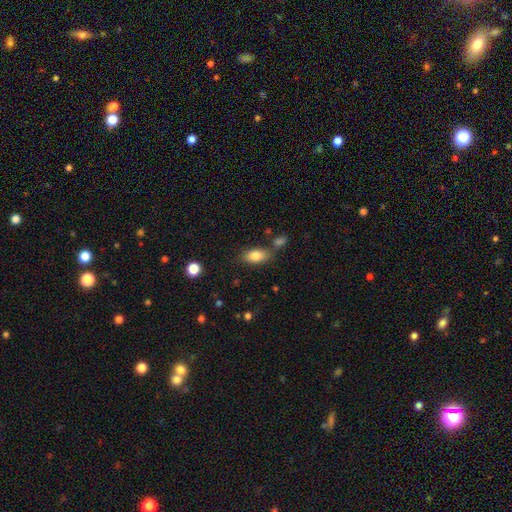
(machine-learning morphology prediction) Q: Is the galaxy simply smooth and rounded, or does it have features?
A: smooth — 81%.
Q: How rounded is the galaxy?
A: in between — 88%.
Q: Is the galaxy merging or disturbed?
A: none — 72%.